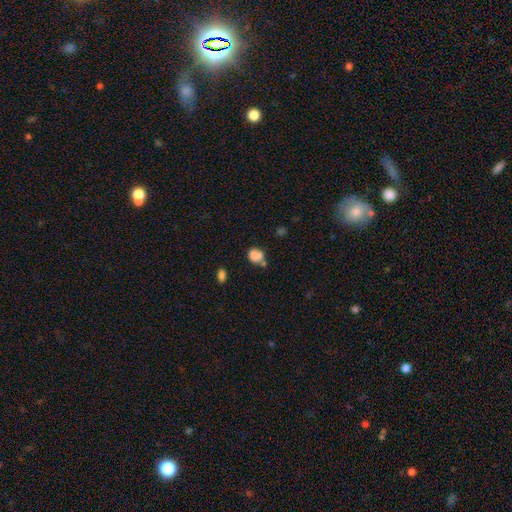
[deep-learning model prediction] A smooth galaxy with no disk features (80%) that is round (52%).

Vote fractions:
- Smooth or featured? smooth: 80% / star or artifact: 11% / featured or disk: 10%
- How rounded? round: 52% / in between: 46% / cigar-shaped: 1%
- Merging? none: 43% / merger: 26% / minor disturbance: 23% / major disturbance: 9%